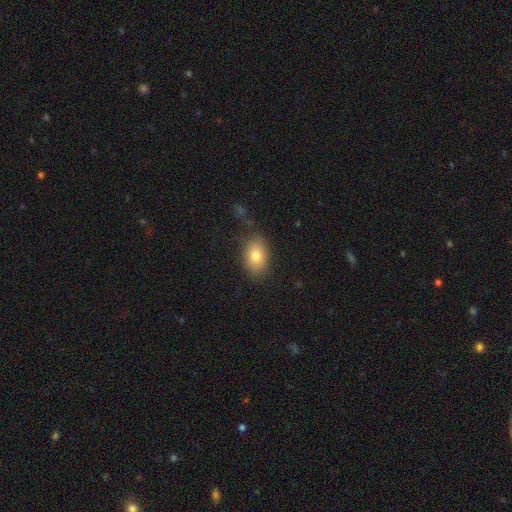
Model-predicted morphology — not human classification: Smooth or featured? smooth (81%)
How rounded? in between (84%)
Merging? none (78%)